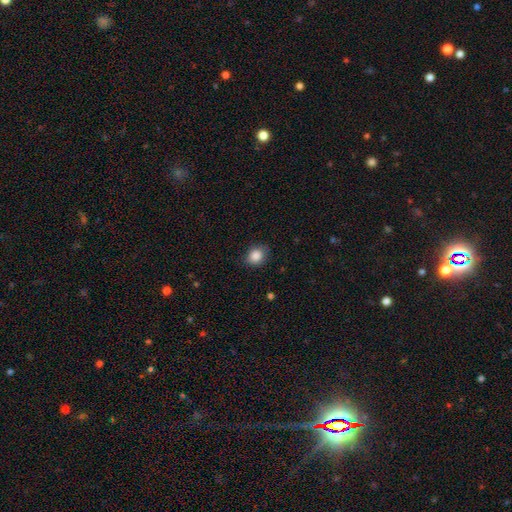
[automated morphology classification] smooth_or_featured: smooth (p=0.86) [alt: star or artifact p=0.09]
how_rounded: round (p=0.62) [alt: in between p=0.37]
merging: none (p=0.79) [alt: minor disturbance p=0.16]